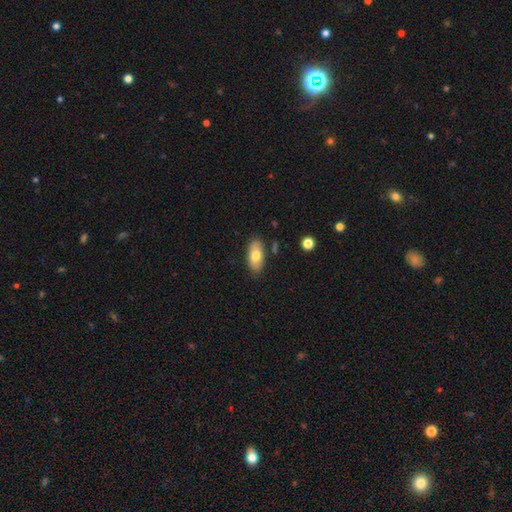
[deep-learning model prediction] Overall: smooth (73%). How rounded: in between (89%). Merging: none (81%).